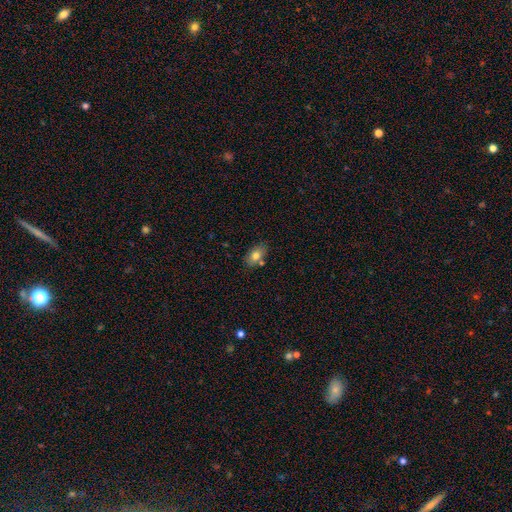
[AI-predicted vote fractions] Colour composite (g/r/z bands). It shows a smooth galaxy with no disk features (76%) that is in between round and cigar-shaped (86%). Merging: none (73%).